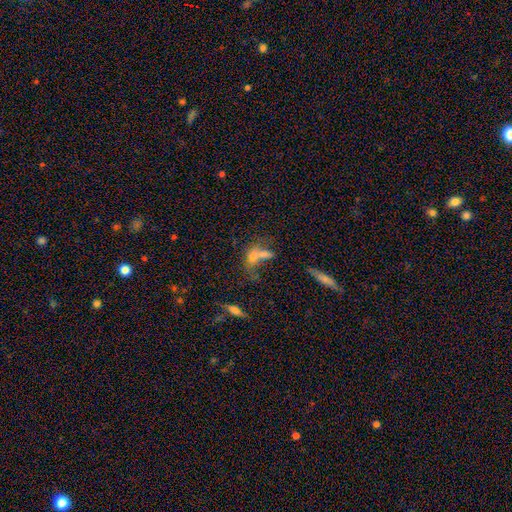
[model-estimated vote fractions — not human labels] This appears to be a smooth galaxy with no disk features (60%) that is in between round and cigar-shaped (63%). Merging: merger (53%).